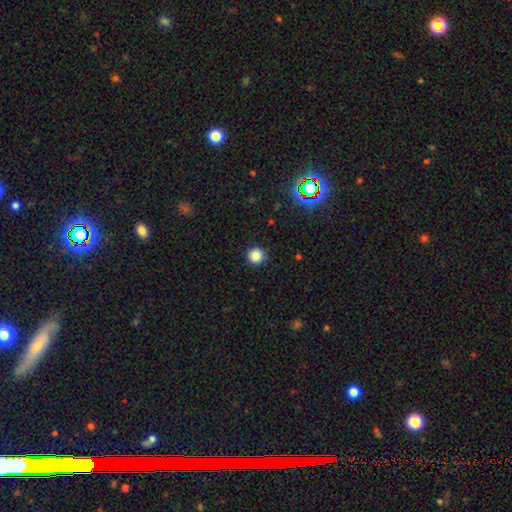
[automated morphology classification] A smooth galaxy with no disk features (85%) that is round (96%).

Vote fractions:
- Smooth or featured? smooth: 85% / star or artifact: 12% / featured or disk: 3%
- How rounded? round: 96% / in between: 3% / cigar-shaped: 1%
- Merging? none: 91% / minor disturbance: 6% / major disturbance: 2% / merger: 1%